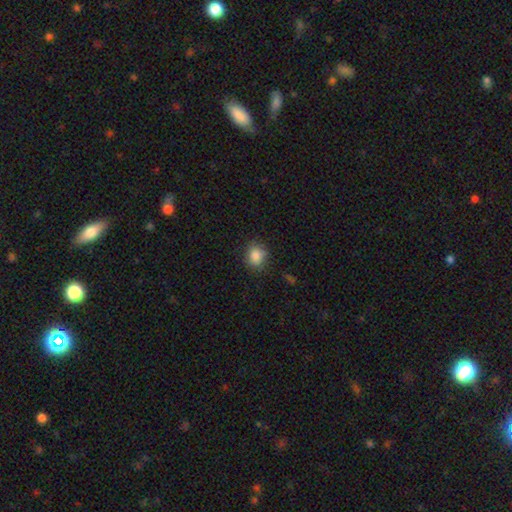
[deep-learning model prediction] The model was most divided on "how rounded": round: 62%, in between: 37%, cigar-shaped: 1%. More confident: smooth or featured — smooth (86%); merging — none (81%).